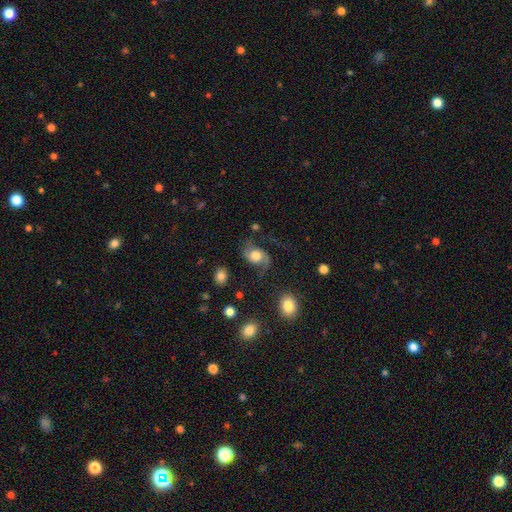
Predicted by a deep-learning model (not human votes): A featured or disk galaxy (73%) with no bar (69%), 2 (90%) loose (51%) spiral arms (93%) and a large central bulge (44%). Merging: none (63%).